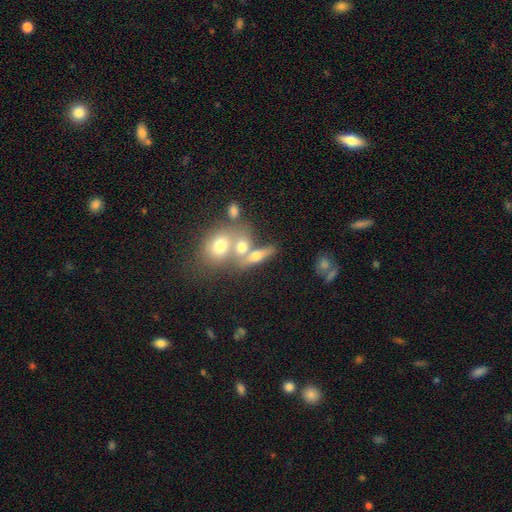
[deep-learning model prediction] Smooth or featured? smooth (54%)
How rounded? in between (49%)
Merging? merger (45%)